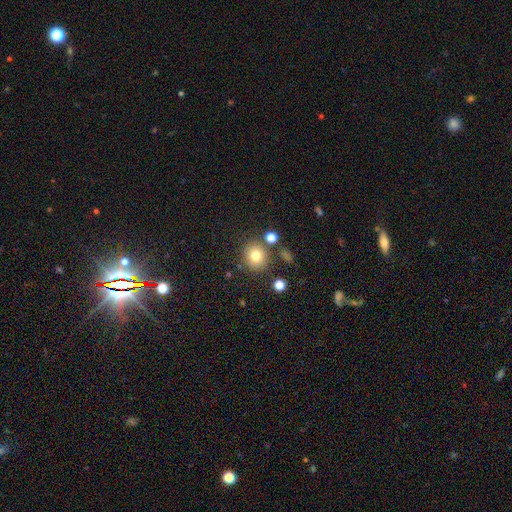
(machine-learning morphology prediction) A smooth galaxy with no disk features (78%) that is round (86%).

Vote fractions:
- Smooth or featured? smooth: 78% / star or artifact: 13% / featured or disk: 9%
- How rounded? round: 86% / in between: 13% / cigar-shaped: 1%
- Merging? none: 79% / minor disturbance: 9% / merger: 8% / major disturbance: 3%